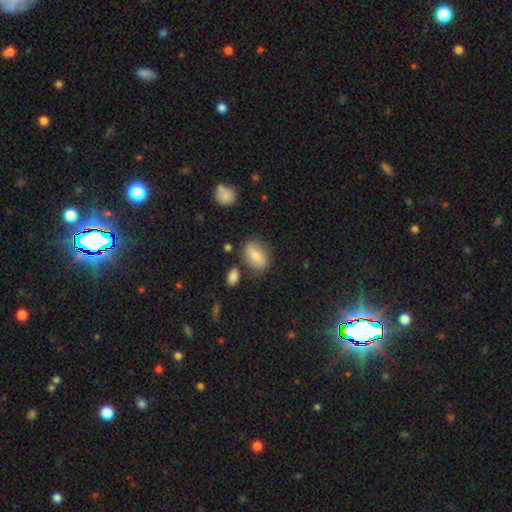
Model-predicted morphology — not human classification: This is likely a smooth galaxy (73%). How rounded: clearly in between (84%). Merging: likely none (74%).